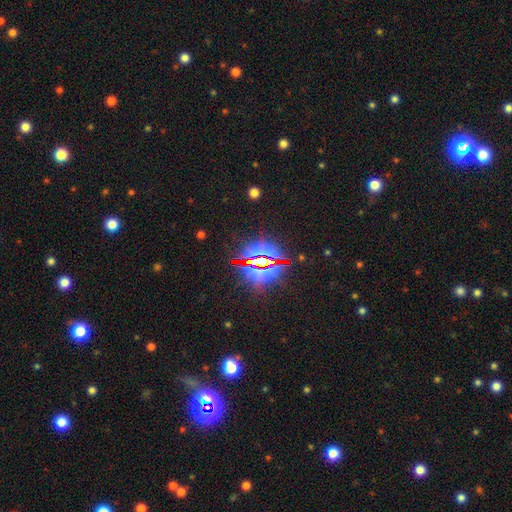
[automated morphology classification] smooth_or_featured: star or artifact (p=0.81) [alt: smooth p=0.11]